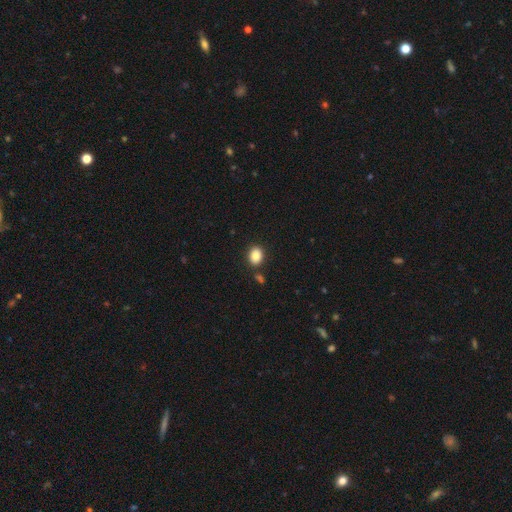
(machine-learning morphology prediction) smooth 87%, star or artifact 9%, featured or disk 5%. Down the decision tree: how rounded — in between (61%); merging — none (82%).